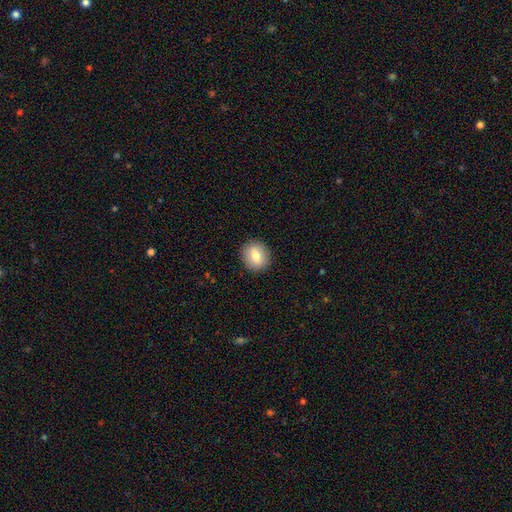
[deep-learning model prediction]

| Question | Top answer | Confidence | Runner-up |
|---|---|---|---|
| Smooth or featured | smooth | 74% | featured or disk (17%) |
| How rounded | round | 78% | in between (21%) |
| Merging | none | 90% | minor disturbance (7%) |